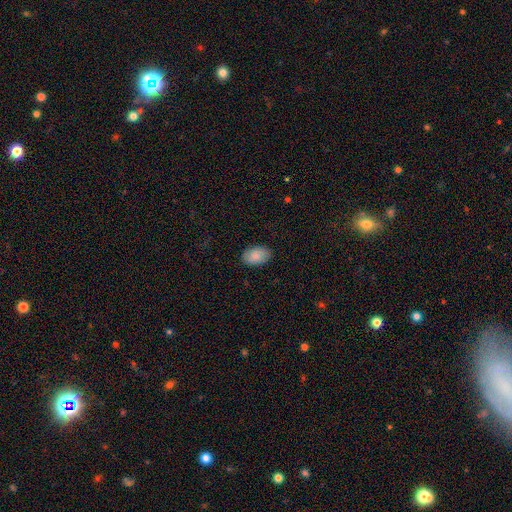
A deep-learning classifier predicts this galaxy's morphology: smooth 88%, star or artifact 6%, featured or disk 6%. Down the decision tree: how rounded — in between (91%); merging — none (87%).